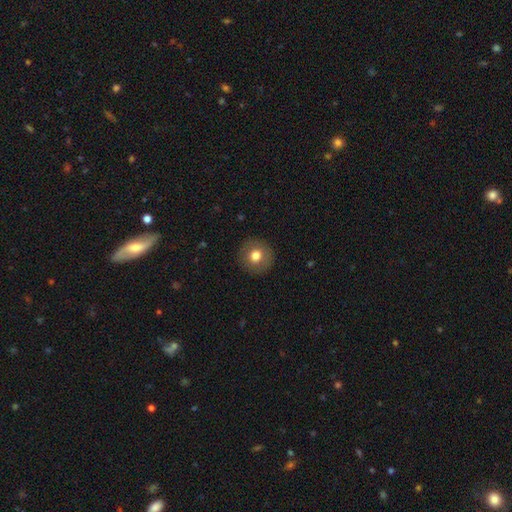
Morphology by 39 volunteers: smooth_or_featured: smooth (p=0.87) [alt: featured or disk p=0.10]
how_rounded: round (p=0.94) [alt: in between p=0.06]
merging: none (p=0.95) [alt: minor disturbance p=0.05]